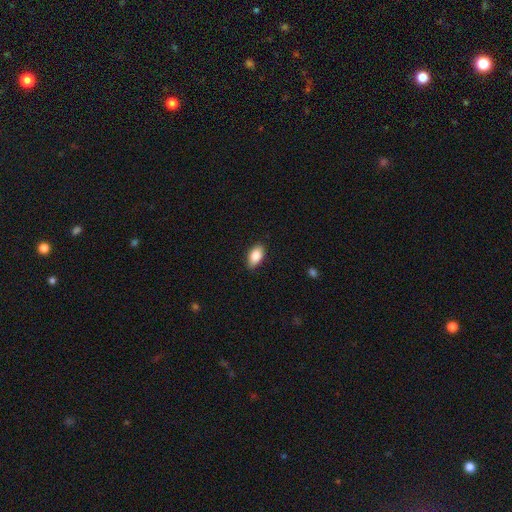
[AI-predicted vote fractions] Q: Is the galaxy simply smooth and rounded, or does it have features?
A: smooth — 86%.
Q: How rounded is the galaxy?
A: in between — 92%.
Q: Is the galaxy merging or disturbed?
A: none — 87%.